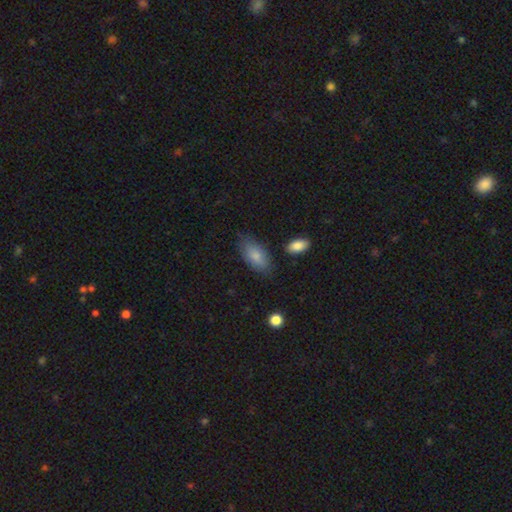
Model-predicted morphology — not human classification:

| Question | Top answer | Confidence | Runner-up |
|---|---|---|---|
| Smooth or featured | smooth | 83% | featured or disk (11%) |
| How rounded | in between | 92% | cigar-shaped (5%) |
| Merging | none | 72% | minor disturbance (20%) |